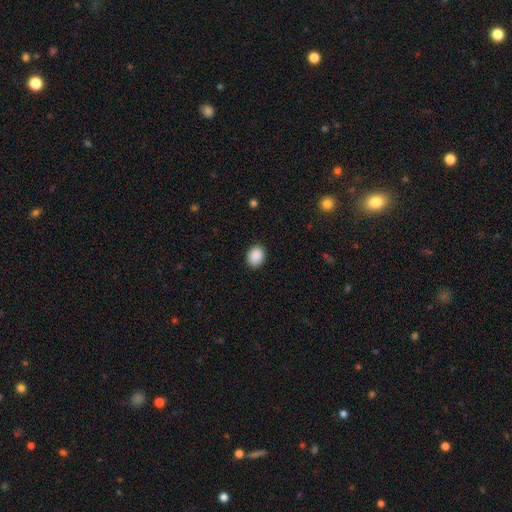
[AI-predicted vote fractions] Overall: smooth (90%). How rounded: in between (52%; round 47%). Merging: none (89%).